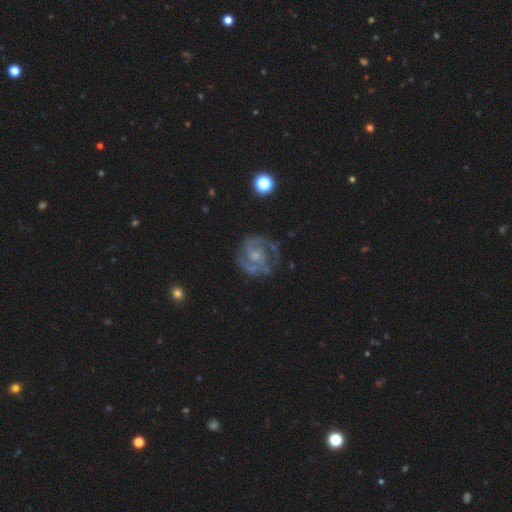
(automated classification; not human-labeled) This is clearly a featured or disk galaxy (87%). It is clearly not viewed edge-on (98%). Bar: possibly no (58%). Spiral arm pattern: clearly yes (96%). Spiral arm count: likely 2 (73%). Spiral winding: possibly tight (46%). Central bulge: possibly small (55%). Merging: likely none (71%).